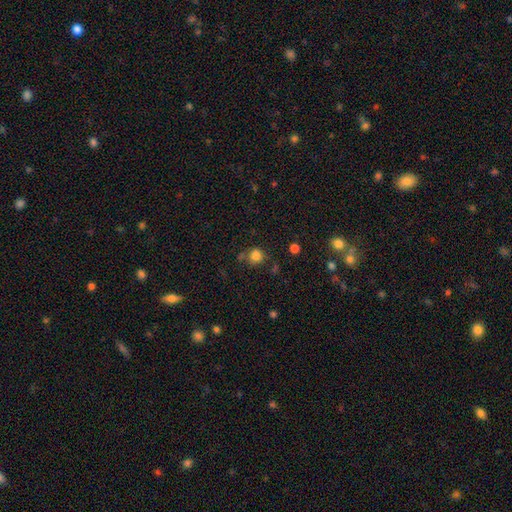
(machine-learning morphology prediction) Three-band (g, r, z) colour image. It shows a smooth galaxy with no disk features (81%) that is round (85%). Merging: none (68%).